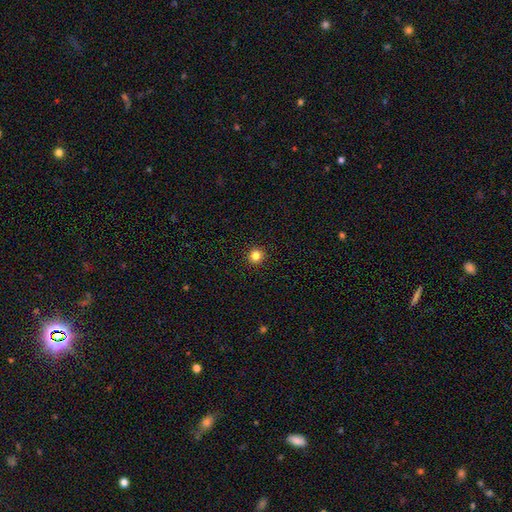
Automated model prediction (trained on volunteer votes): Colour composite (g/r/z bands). It shows a smooth galaxy with no disk features (83%) that is round (95%). Merging: none (93%).